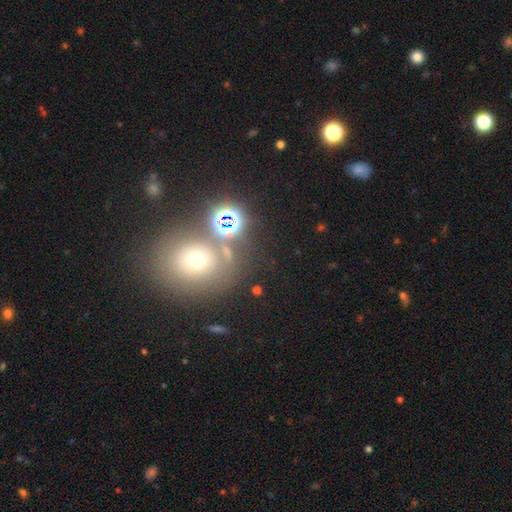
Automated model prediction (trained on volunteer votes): A smooth galaxy with no disk features (49%). Merging: none (63%).